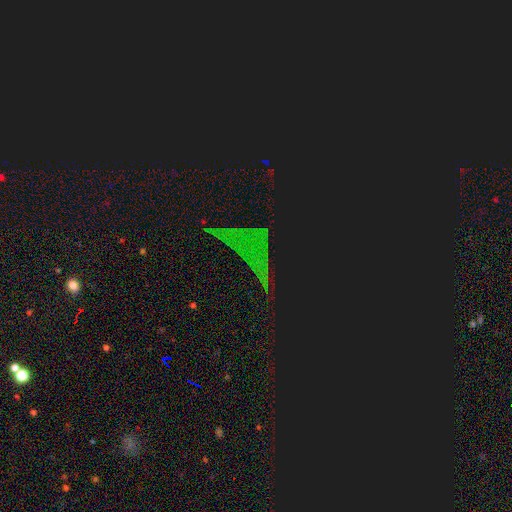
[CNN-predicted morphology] smooth_or_featured: star or artifact (p=0.77) [alt: smooth p=0.13]